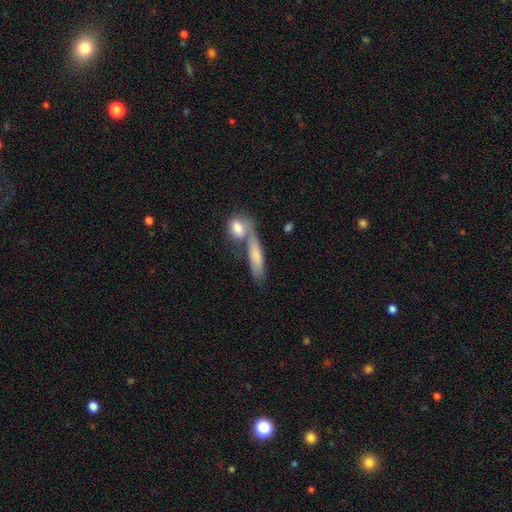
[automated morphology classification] Smooth or featured? smooth (73%)
How rounded? cigar-shaped (55%)
Merging? merger (50%)